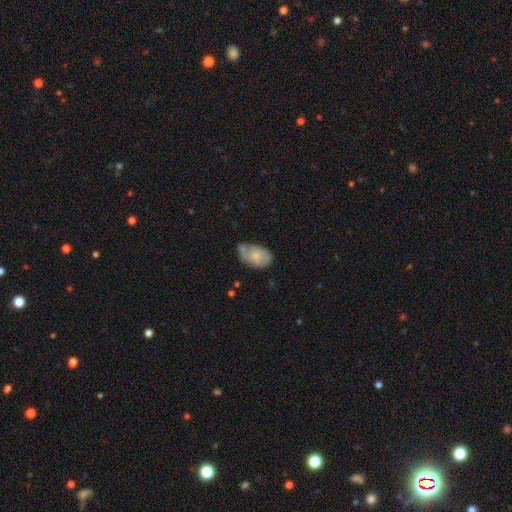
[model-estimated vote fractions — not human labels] This is possibly a smooth galaxy (58%). How rounded: clearly in between (88%). Merging: marginally none (40%).